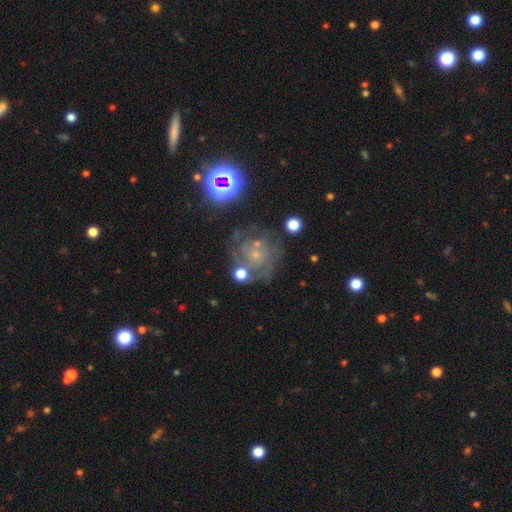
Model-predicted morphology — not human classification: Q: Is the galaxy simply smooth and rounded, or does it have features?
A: featured or disk — 53%.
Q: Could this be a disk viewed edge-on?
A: no — 97%.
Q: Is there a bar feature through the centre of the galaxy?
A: no — 84%.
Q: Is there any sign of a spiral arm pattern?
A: yes — 65%.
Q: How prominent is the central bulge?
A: small — 66%.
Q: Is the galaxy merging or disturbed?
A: none — 57%.